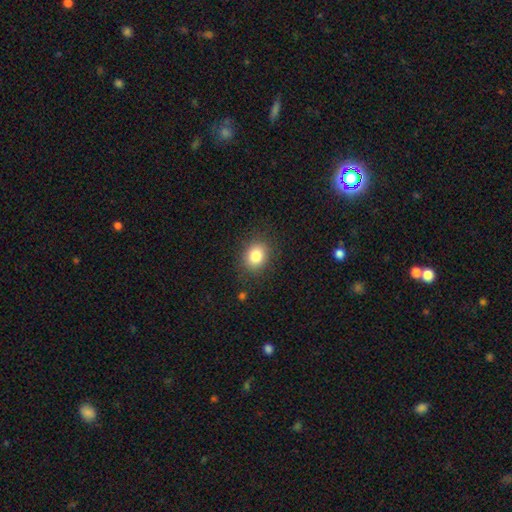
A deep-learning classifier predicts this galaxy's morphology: Smooth or featured? Predicted: smooth (p=0.83). How rounded? Predicted: round (p=0.54). Merging? Predicted: none (p=0.84).